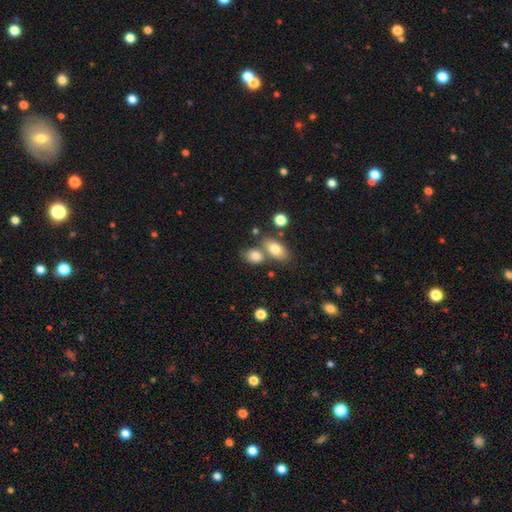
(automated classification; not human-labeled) Smooth or featured? Predicted: smooth (p=0.79). How rounded? Predicted: in between (p=0.72). Merging? Predicted: none (p=0.49).